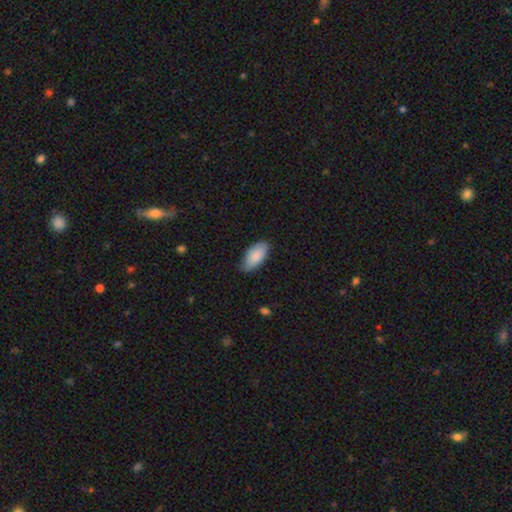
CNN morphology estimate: type=smooth (88%); roundness=in between (93%); merging=none (78%).